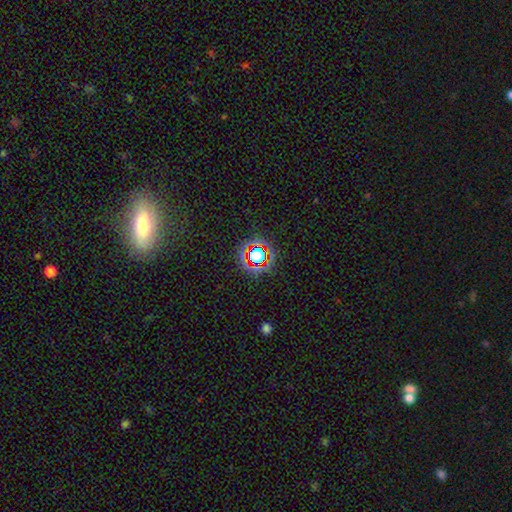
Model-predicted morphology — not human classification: Q: Smooth or featured?
A: star or artifact (66%); runner-up: smooth (23%)